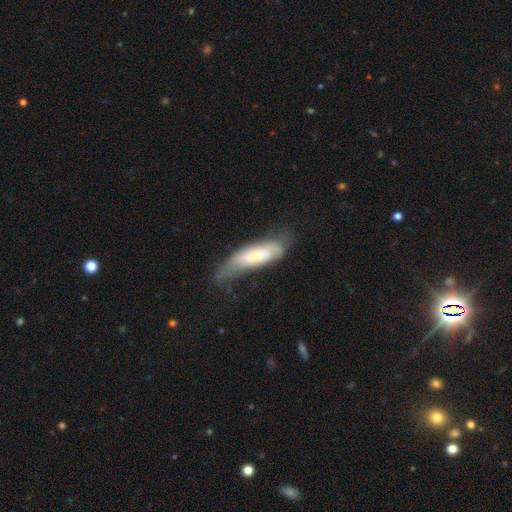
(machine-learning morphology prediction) Overall: smooth (47%; featured or disk 46%). Merging: none (38%; minor disturbance 35%).